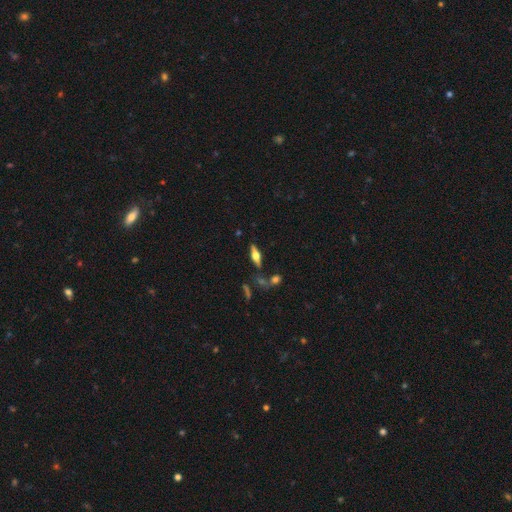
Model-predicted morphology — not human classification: Smooth or featured? featured or disk (61%)
Edge-on disk? yes (94%)
Edge-on bulge? rounded (92%)
Merging? none (76%)